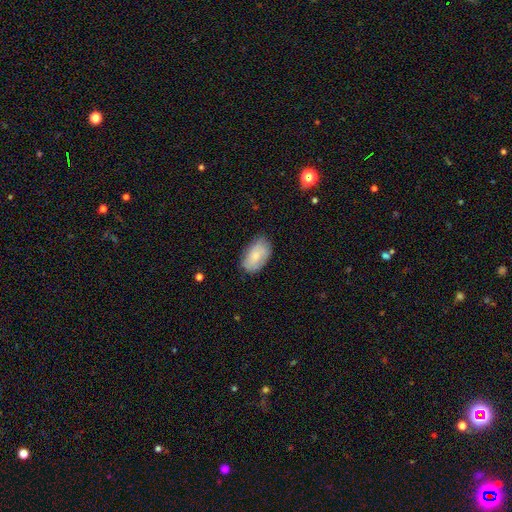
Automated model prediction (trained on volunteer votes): Morphology: type=smooth (74%); roundness=in between (93%); merging=none (73%).